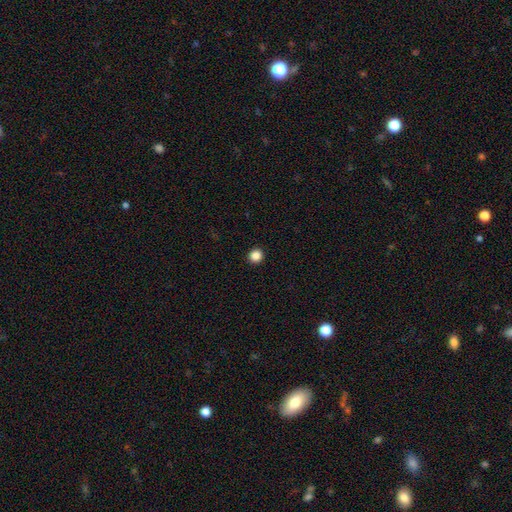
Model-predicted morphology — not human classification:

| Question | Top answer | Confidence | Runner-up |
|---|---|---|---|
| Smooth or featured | smooth | 86% | star or artifact (11%) |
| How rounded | round | 94% | in between (5%) |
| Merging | none | 94% | minor disturbance (4%) |